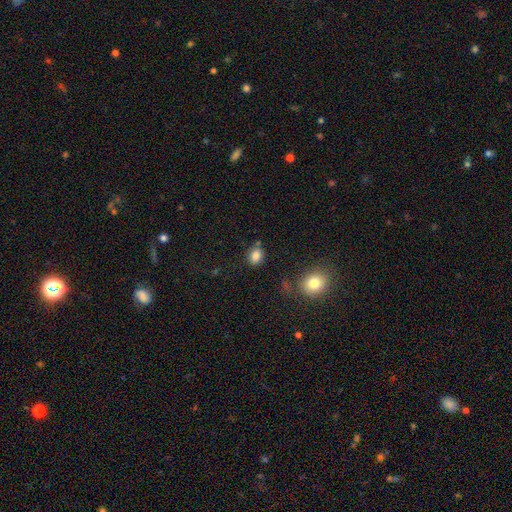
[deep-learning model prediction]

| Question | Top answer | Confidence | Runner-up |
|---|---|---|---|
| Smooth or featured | smooth | 83% | star or artifact (11%) |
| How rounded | in between | 52% | round (47%) |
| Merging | none | 77% | minor disturbance (14%) |